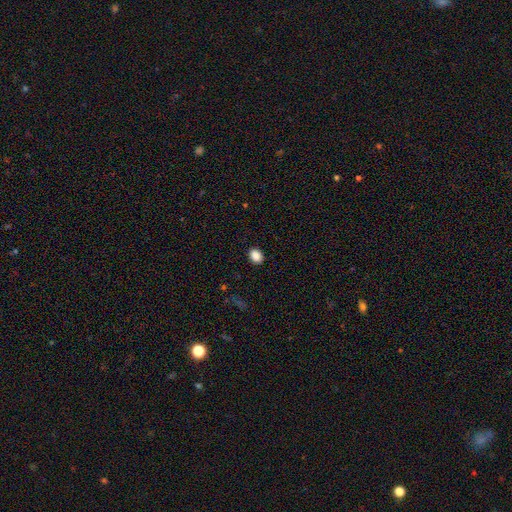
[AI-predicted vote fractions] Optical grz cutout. It shows a smooth galaxy with no disk features (88%) that is in between round and cigar-shaped (58%). Merging: none (90%).